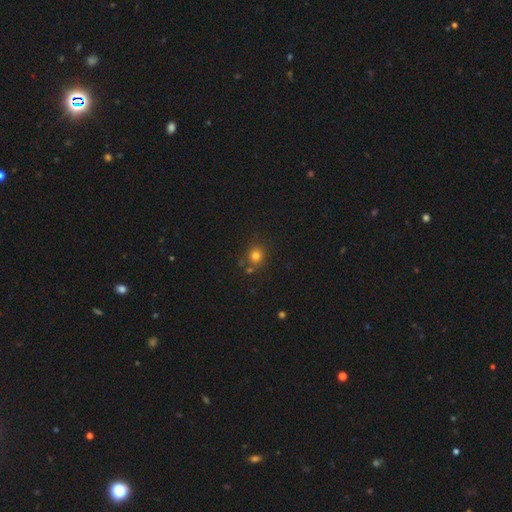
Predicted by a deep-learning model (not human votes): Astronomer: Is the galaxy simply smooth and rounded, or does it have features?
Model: smooth — 78%.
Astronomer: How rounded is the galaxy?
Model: round — 85%.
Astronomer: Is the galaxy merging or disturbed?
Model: none — 75%.